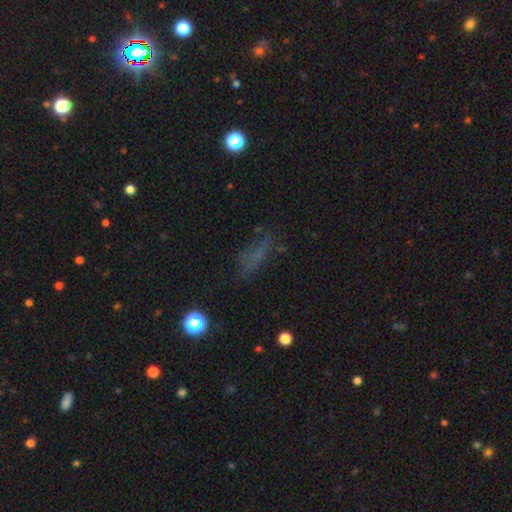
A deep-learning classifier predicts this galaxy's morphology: The model was most divided on "how rounded": in between: 47%, cigar-shaped: 45%, round: 8%. More confident: merging — none (60%); smooth or featured — smooth (51%).